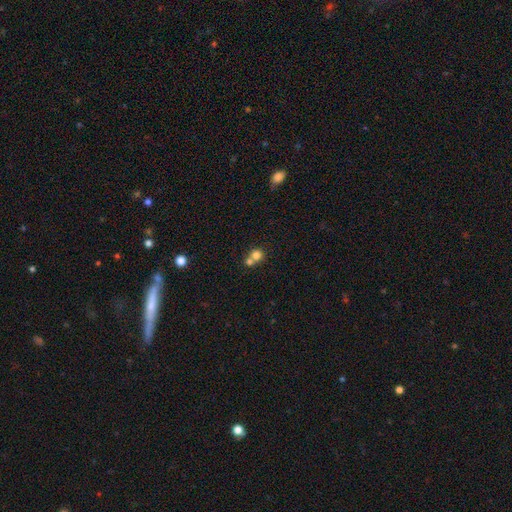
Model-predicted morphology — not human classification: The model was most divided on "merging": merger: 55%, none: 38%, minor disturbance: 5%, major disturbance: 2%. More confident: how rounded — round (85%); smooth or featured — smooth (77%).